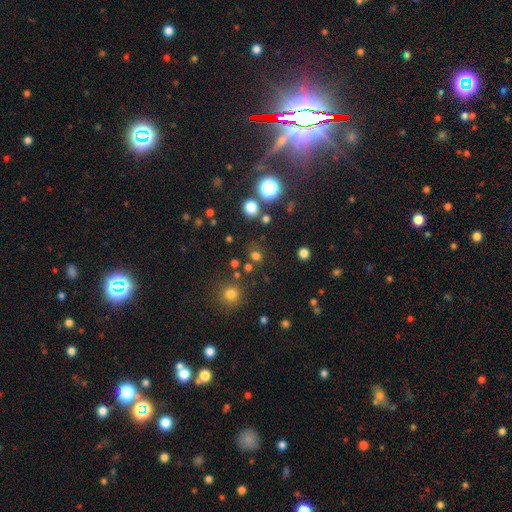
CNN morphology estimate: Smooth or featured? Predicted: smooth (p=0.67). How rounded? Predicted: round (p=0.80). Merging? Predicted: none (p=0.76).